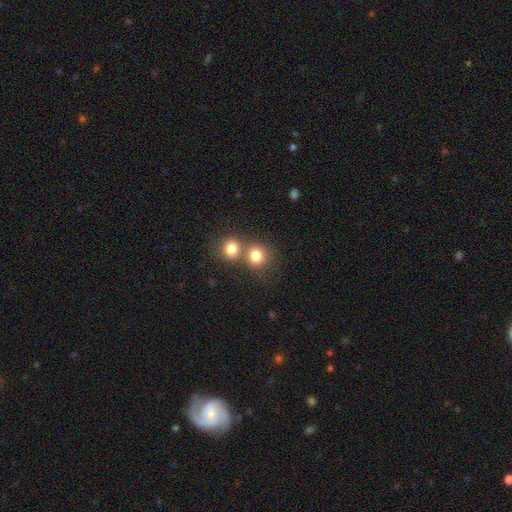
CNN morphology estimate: smooth 80%, star or artifact 11%, featured or disk 9%. Down the decision tree: how rounded — round (81%); merging — merger (46%).